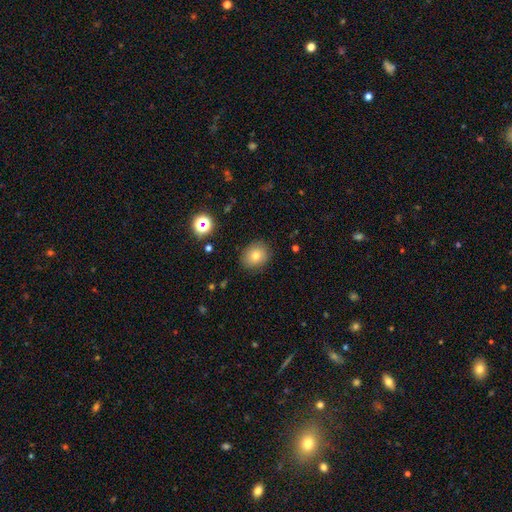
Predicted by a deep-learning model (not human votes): smooth_or_featured: smooth (p=0.76) [alt: star or artifact p=0.12]
how_rounded: round (p=0.68) [alt: in between p=0.31]
merging: none (p=0.86) [alt: minor disturbance p=0.10]